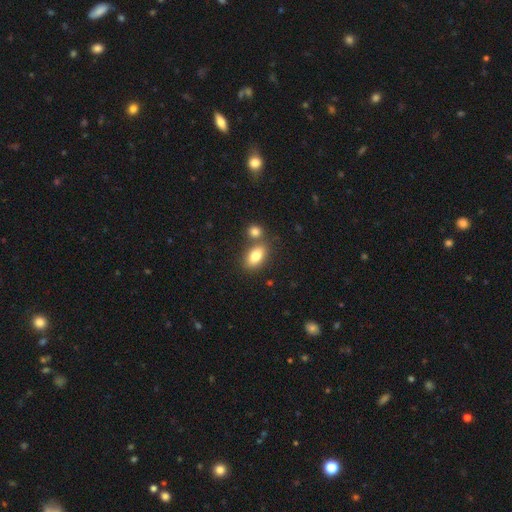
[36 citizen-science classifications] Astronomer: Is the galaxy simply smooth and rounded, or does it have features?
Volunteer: smooth — 92%.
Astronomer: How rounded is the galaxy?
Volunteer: in between — 91%.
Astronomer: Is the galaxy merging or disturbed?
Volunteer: none — 72%.